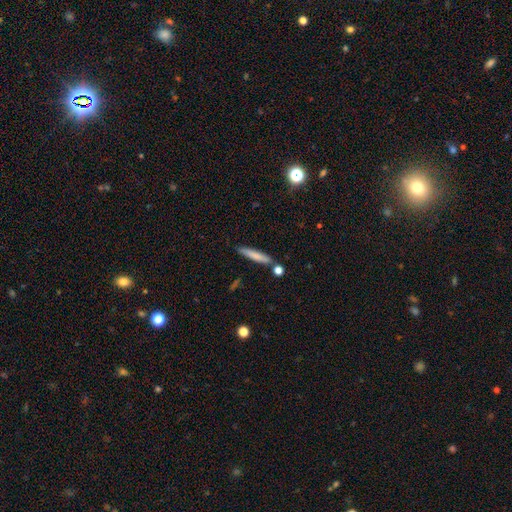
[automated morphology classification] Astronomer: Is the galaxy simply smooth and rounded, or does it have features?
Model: smooth — 76%.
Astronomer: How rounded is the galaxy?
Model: cigar-shaped — 91%.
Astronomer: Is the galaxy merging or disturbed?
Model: none — 79%.